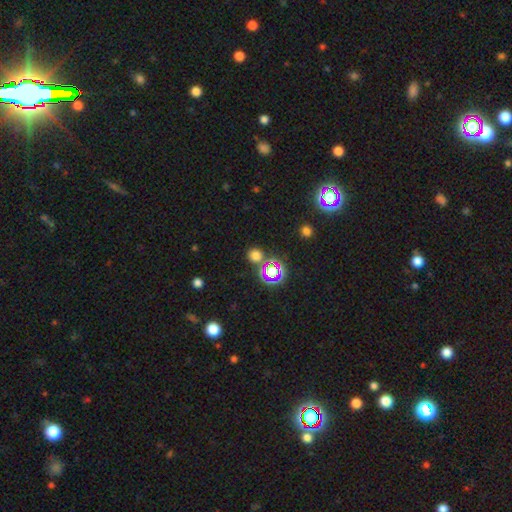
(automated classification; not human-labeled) smooth 65%, star or artifact 29%, featured or disk 6%. Down the decision tree: how rounded — round (86%); merging — none (77%).